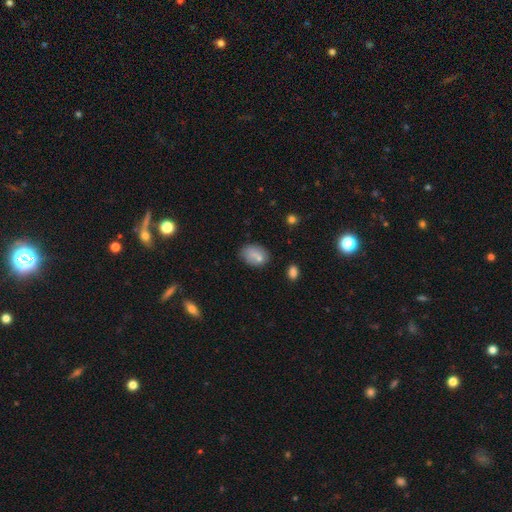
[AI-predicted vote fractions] smooth_or_featured: smooth (p=0.75) [alt: featured or disk p=0.14]
how_rounded: in between (p=0.76) [alt: round p=0.22]
merging: none (p=0.64) [alt: minor disturbance p=0.21]